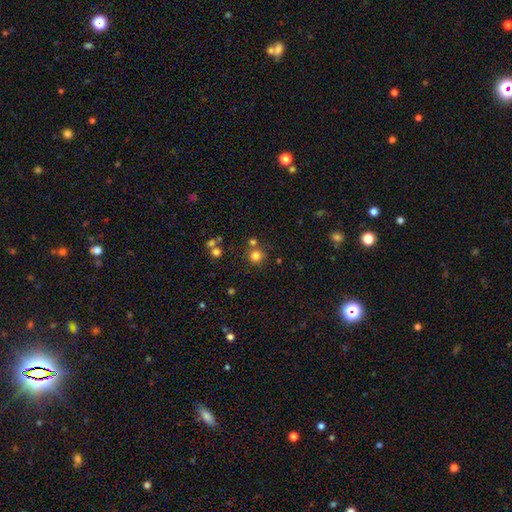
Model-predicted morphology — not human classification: This is likely a smooth galaxy (78%). How rounded: clearly round (92%). Merging: likely none (72%).